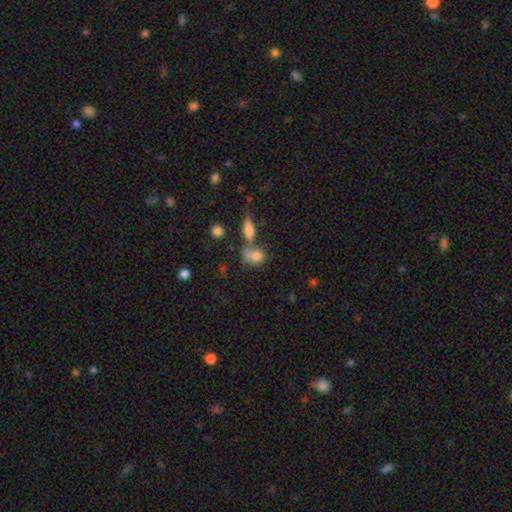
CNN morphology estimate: This appears to be a smooth galaxy with no disk features (77%) that is in between round and cigar-shaped (61%). Merging: merger (42%).